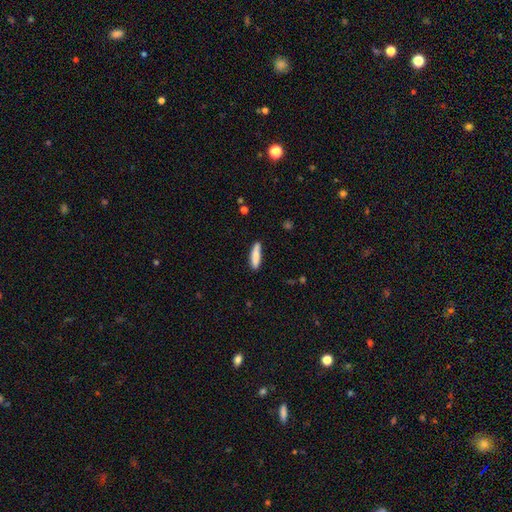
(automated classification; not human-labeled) This is clearly a smooth galaxy (84%). How rounded: likely cigar-shaped (77%). Merging: clearly none (83%).